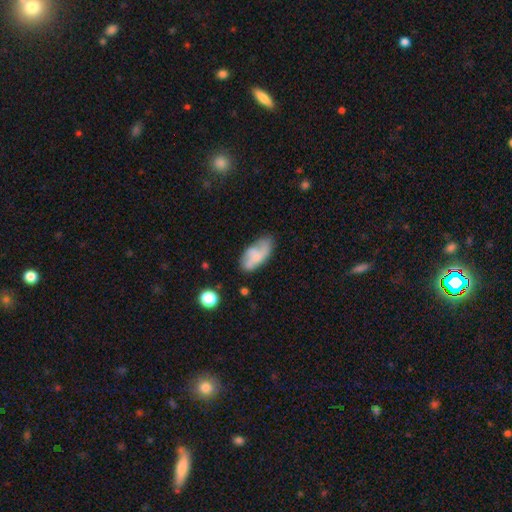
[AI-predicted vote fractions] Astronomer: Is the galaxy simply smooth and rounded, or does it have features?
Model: smooth — 57% (runner-up: featured or disk, 35%).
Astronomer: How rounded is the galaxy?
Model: in between — 89%.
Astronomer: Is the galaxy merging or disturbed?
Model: none — 55%.